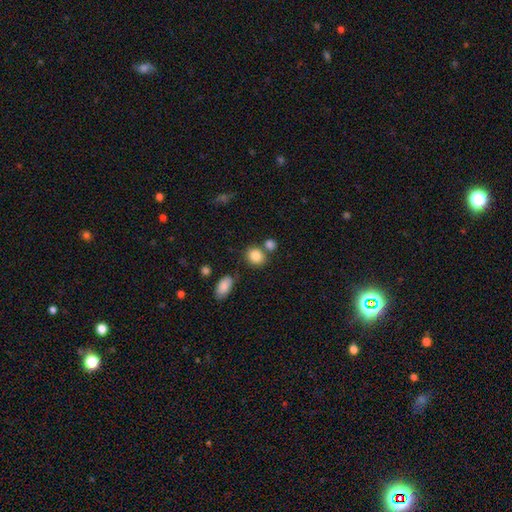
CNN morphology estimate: A smooth galaxy with no disk features (85%) that is round (63%). Merging: none (66%).